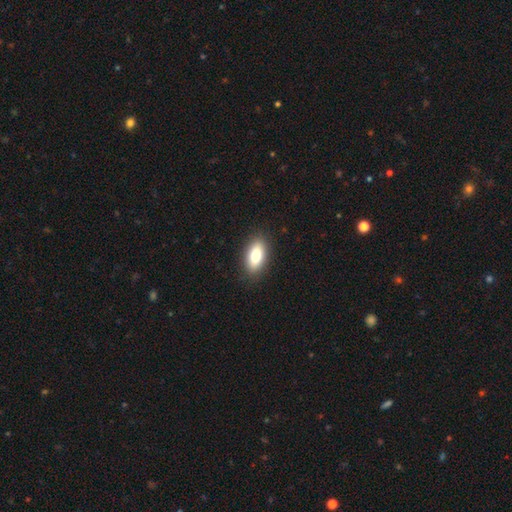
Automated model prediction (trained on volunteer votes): Smooth or featured?
  - smooth: 82% *
  - featured or disk: 11%
  - star or artifact: 7%
How rounded?
  - in between: 90% *
  - cigar-shaped: 6%
  - round: 4%
Merging?
  - none: 88% *
  - minor disturbance: 8%
  - major disturbance: 2%
  - merger: 1%